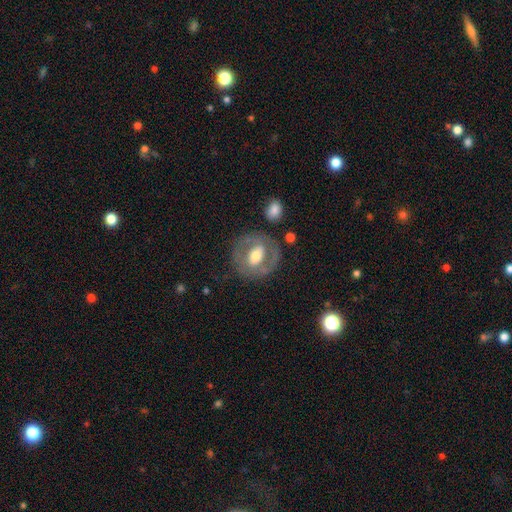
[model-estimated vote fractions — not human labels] A featured or disk galaxy (61%) with a weak bar (36%), no spiral arms (64%) and a moderate central bulge (68%). Merging: none (74%).